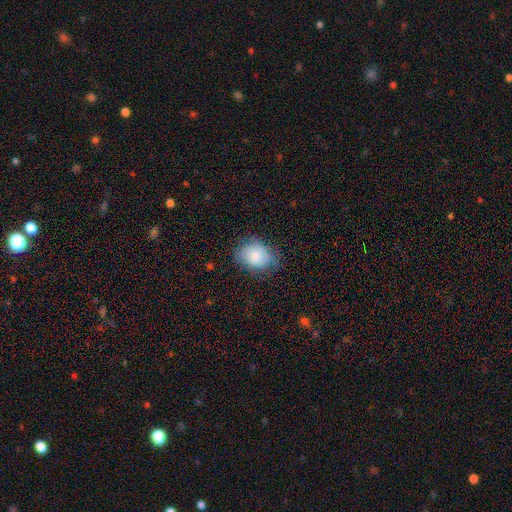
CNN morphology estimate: smooth-or-featured: smooth: 83% | featured or disk: 9% | star or artifact: 8%
  how-rounded: in between: 59% | round: 40% | cigar-shaped: 1%
  merging: none: 63% | minor disturbance: 28% | major disturbance: 8% | merger: 1%